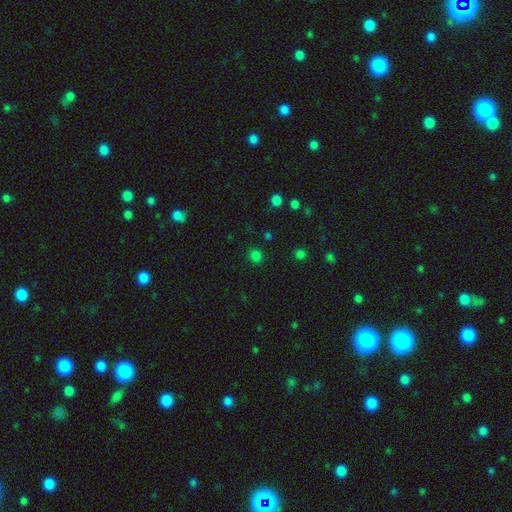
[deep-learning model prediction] Morphology: type=smooth (76%); roundness=round (87%); merging=none (88%).